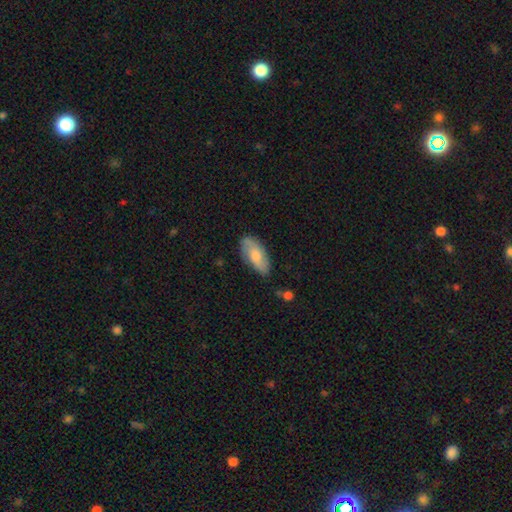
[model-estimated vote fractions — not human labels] Smooth or featured? smooth (60%)
How rounded? in between (88%)
Merging? none (75%)